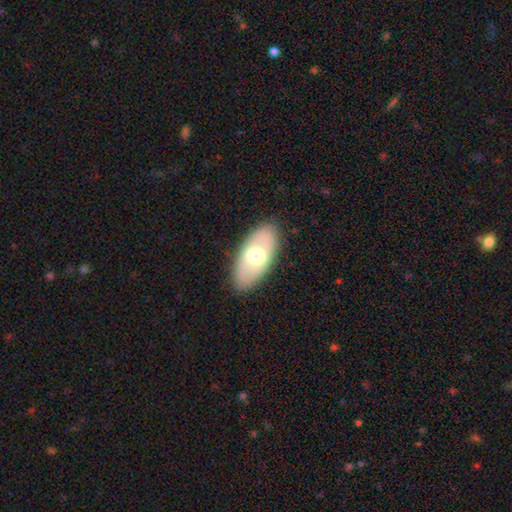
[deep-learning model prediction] A smooth galaxy with no disk features (54%) that is in between round and cigar-shaped (90%).

Vote fractions:
- Smooth or featured? smooth: 54% / featured or disk: 40% / star or artifact: 6%
- How rounded? in between: 90% / cigar-shaped: 6% / round: 4%
- Merging? none: 85% / minor disturbance: 10% / major disturbance: 3% / merger: 1%